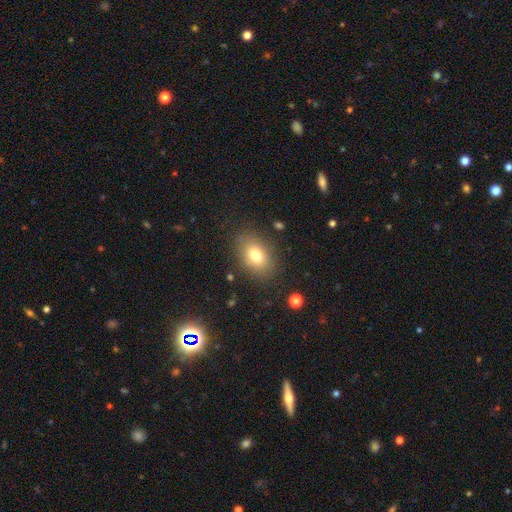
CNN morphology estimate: smooth 76%, featured or disk 13%, star or artifact 10%. Down the decision tree: how rounded — in between (82%); merging — none (83%).